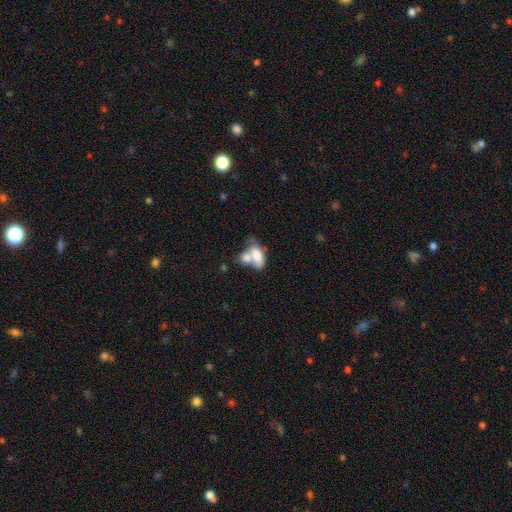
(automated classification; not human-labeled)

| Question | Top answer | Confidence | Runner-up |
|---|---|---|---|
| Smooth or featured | smooth | 71% | featured or disk (21%) |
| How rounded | in between | 88% | cigar-shaped (7%) |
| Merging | merger | 62% | none (19%) |